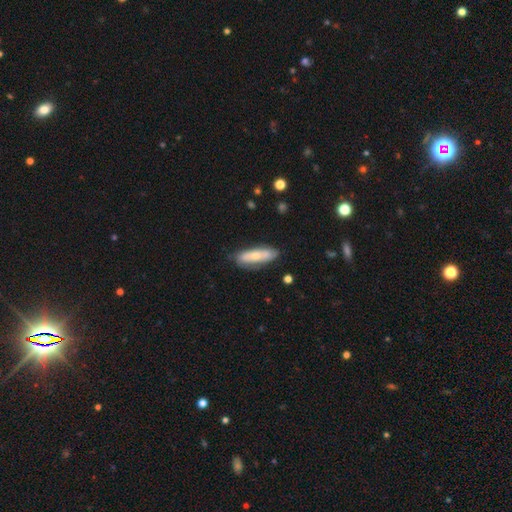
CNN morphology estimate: A smooth galaxy with no disk features (58%) that is in between round and cigar-shaped (52%).

Vote fractions:
- Smooth or featured? smooth: 58% / featured or disk: 36% / star or artifact: 6%
- How rounded? in between: 52% / cigar-shaped: 46% / round: 2%
- Merging? none: 74% / minor disturbance: 19% / major disturbance: 5% / merger: 2%